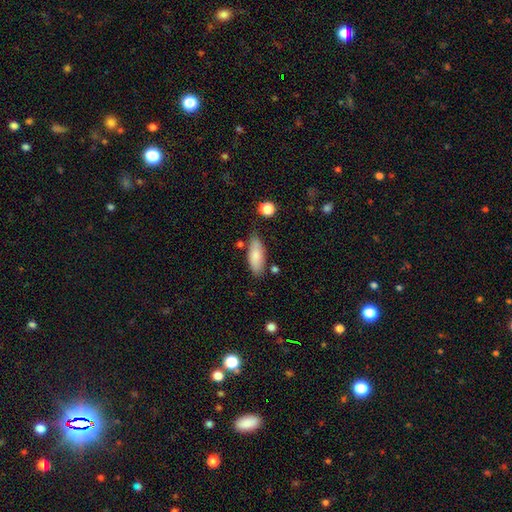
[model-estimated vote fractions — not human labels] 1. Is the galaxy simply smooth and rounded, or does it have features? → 83% smooth, 11% featured or disk, 6% star or artifact.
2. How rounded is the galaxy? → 76% in between, 21% cigar-shaped, 2% round.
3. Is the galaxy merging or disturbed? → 74% none, 17% minor disturbance, 5% merger, 4% major disturbance.